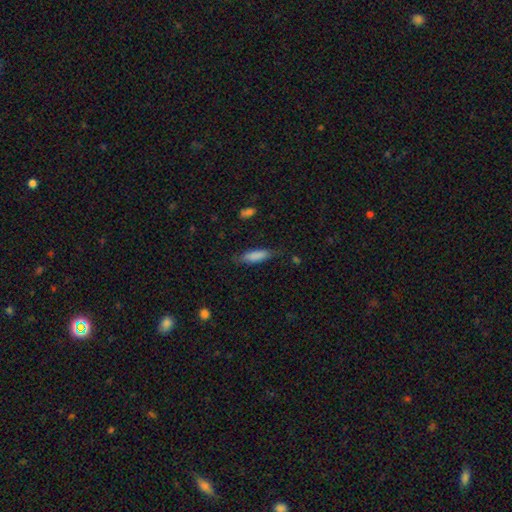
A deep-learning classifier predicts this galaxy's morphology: smooth-or-featured: smooth: 83% | featured or disk: 11% | star or artifact: 6%
  how-rounded: cigar-shaped: 54% | in between: 44% | round: 2%
  merging: none: 76% | minor disturbance: 18% | major disturbance: 4% | merger: 2%